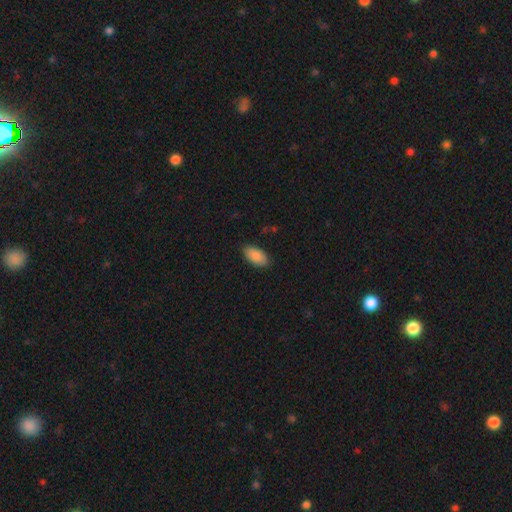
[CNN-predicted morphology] A smooth galaxy with no disk features (90%) that is in between round and cigar-shaped (94%). Merging: none (85%).